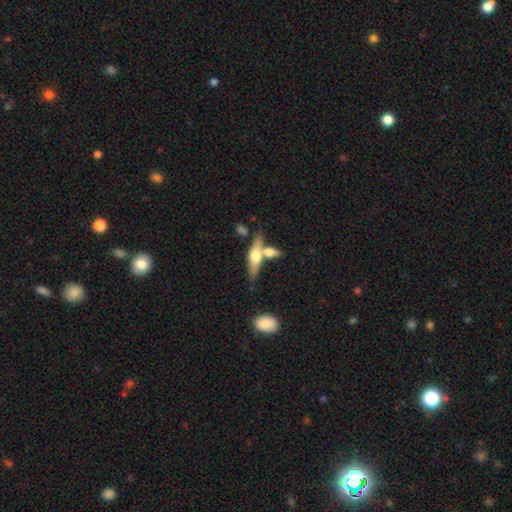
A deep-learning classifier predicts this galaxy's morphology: smooth_or_featured: featured or disk (p=0.54) [alt: smooth p=0.39]
disk_edge_on: yes (p=0.89) [alt: no p=0.11]
merging: none (p=0.50) [alt: merger p=0.35]